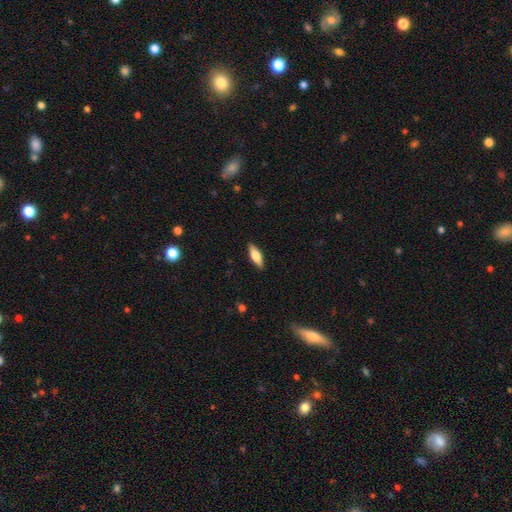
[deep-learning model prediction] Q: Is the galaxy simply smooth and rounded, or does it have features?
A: smooth — 65%.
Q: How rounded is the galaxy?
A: in between — 63%.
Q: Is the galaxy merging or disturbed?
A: none — 89%.